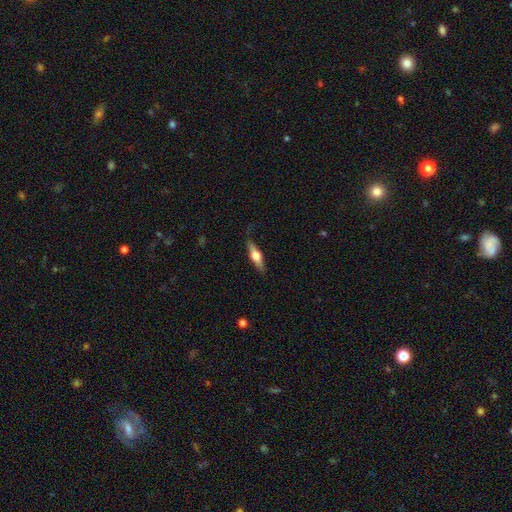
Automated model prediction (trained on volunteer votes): Smooth or featured: featured or disk — 53% (smooth — 42%)
Edge-on disk: yes — 93% (no — 7%)
Merging: none — 79% (minor disturbance — 16%)